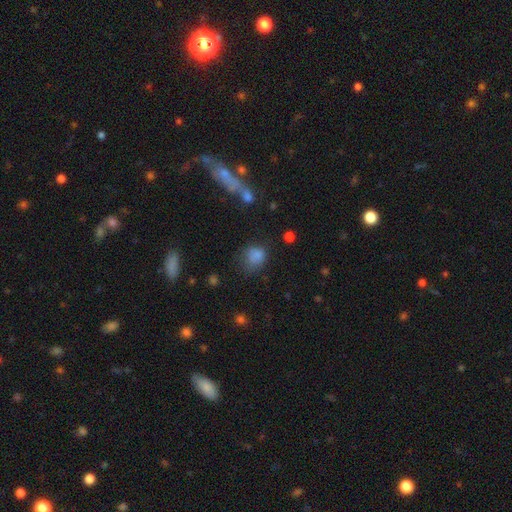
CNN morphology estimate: Smooth or featured? smooth (78%)
How rounded? round (59%)
Merging? none (48%)